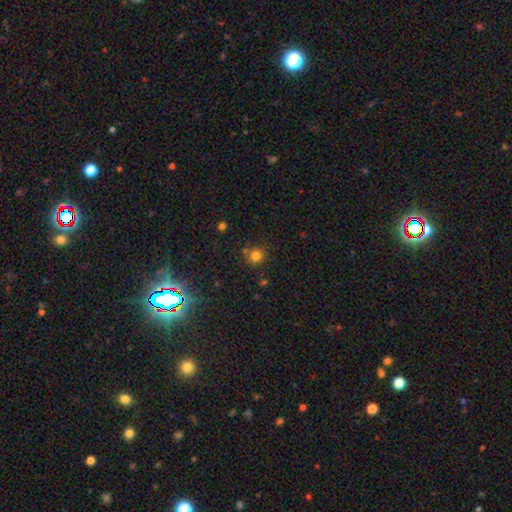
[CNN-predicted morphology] Smooth or featured? Predicted: smooth (p=0.78). How rounded? Predicted: round (p=0.90). Merging? Predicted: none (p=0.76).